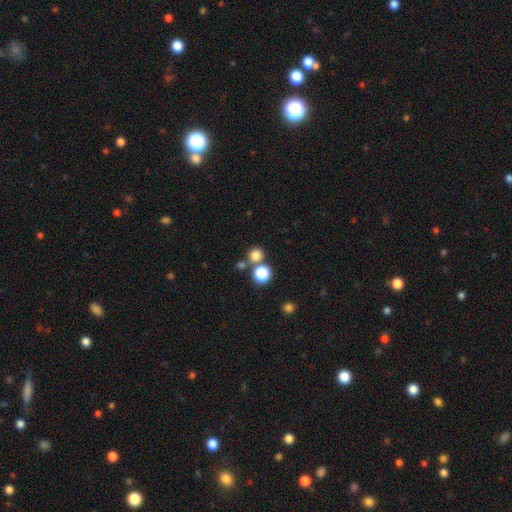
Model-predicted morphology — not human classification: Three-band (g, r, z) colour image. It shows a smooth galaxy with no disk features (78%) that is round (90%). Merging: none (68%).